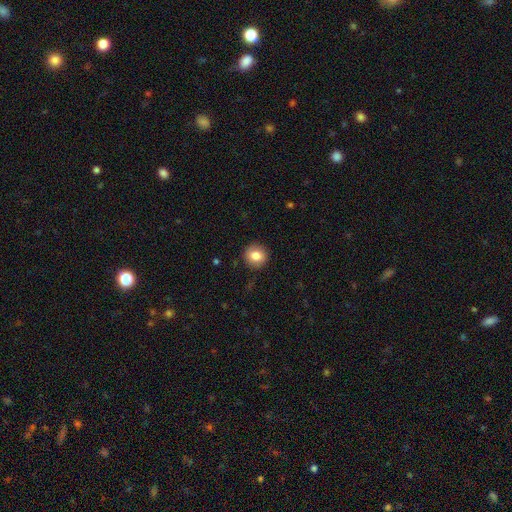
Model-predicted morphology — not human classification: Smooth or featured: smooth — 81% (featured or disk — 9%)
How rounded: round — 87% (in between — 12%)
Merging: none — 90% (minor disturbance — 7%)